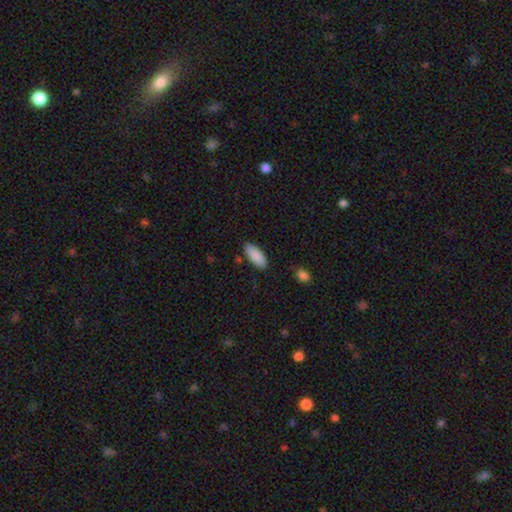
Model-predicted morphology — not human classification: Overall: smooth (89%). How rounded: in between (82%). Merging: none (84%).